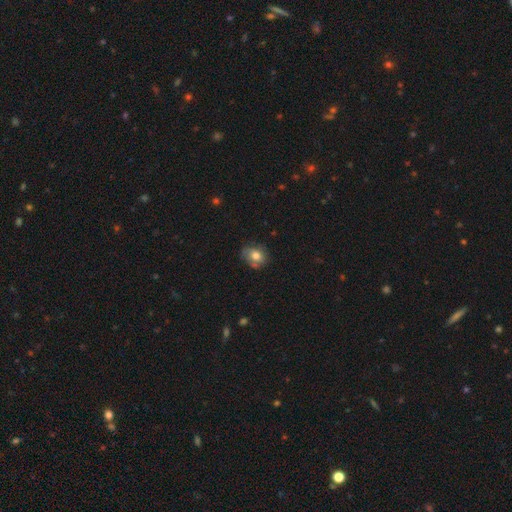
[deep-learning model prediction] Smooth or featured? Predicted: smooth (p=0.75). How rounded? Predicted: round (p=0.56). Merging? Predicted: none (p=0.65).